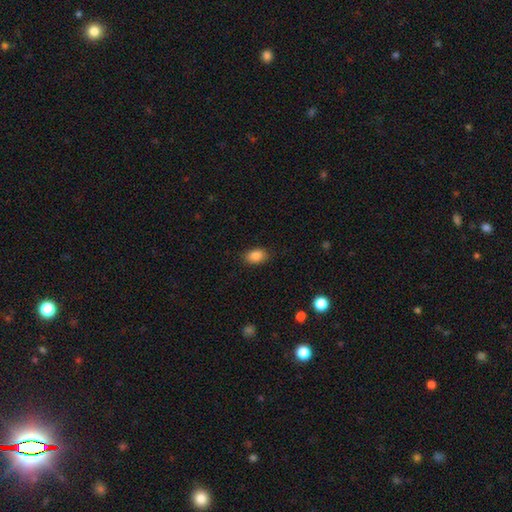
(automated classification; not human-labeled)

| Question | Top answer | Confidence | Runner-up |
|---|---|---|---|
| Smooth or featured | smooth | 87% | star or artifact (9%) |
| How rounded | in between | 85% | round (13%) |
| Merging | none | 86% | minor disturbance (10%) |